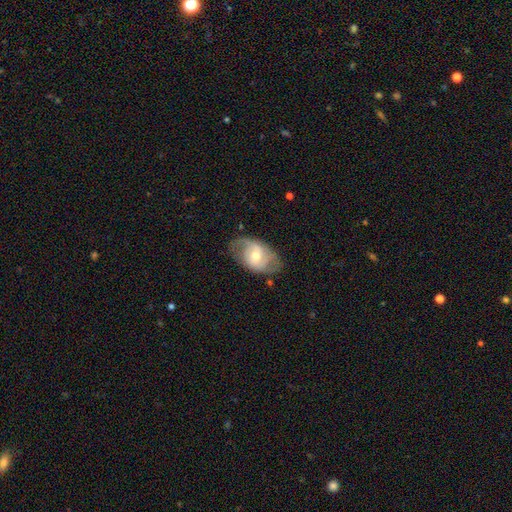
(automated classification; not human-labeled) Q: Smooth or featured?
A: featured or disk (64%); runner-up: smooth (30%)
Q: Edge-on disk?
A: no (93%); runner-up: yes (7%)
Q: Bar?
A: no (48%); runner-up: weak (40%)
Q: Spiral arms?
A: yes (76%); runner-up: no (24%)
Q: Bulge size?
A: moderate (59%); runner-up: small (34%)
Q: Merging?
A: none (67%); runner-up: minor disturbance (21%)